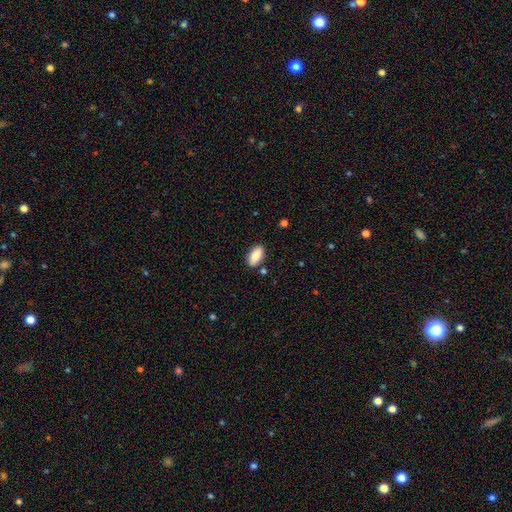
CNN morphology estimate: Q: Smooth or featured?
A: smooth (88%); runner-up: star or artifact (7%)
Q: How rounded?
A: in between (91%); runner-up: cigar-shaped (7%)
Q: Merging?
A: none (85%); runner-up: minor disturbance (10%)